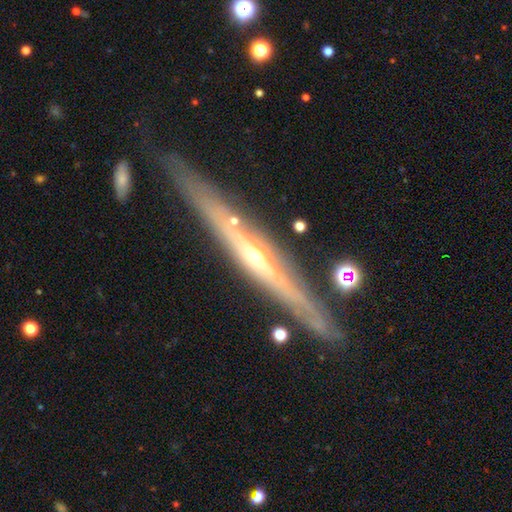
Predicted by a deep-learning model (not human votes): Smooth or featured? featured or disk (82%)
Edge-on disk? yes (93%)
Edge-on bulge? rounded (78%)
Merging? none (83%)